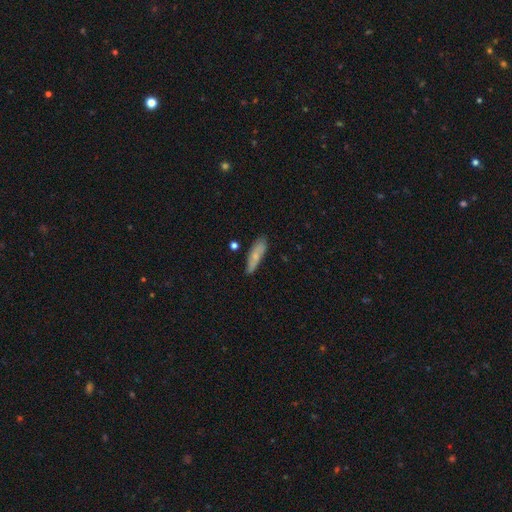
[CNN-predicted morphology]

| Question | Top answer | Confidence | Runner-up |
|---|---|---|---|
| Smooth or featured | smooth | 67% | featured or disk (26%) |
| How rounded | cigar-shaped | 64% | in between (33%) |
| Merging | none | 74% | minor disturbance (19%) |